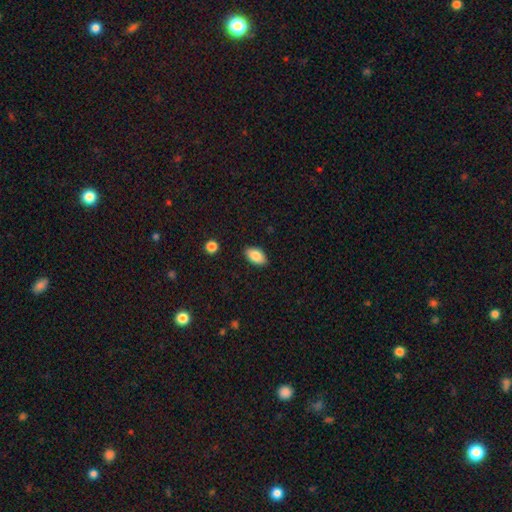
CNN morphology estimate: Smooth or featured? Predicted: smooth (p=0.85). How rounded? Predicted: in between (p=0.93). Merging? Predicted: none (p=0.88).